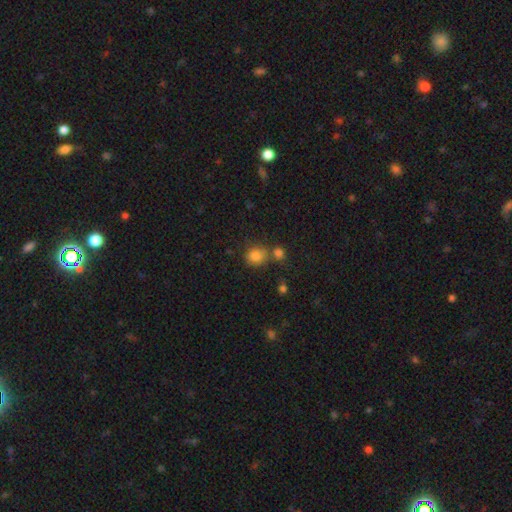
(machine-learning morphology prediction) type=smooth (82%); roundness=round (74%); merging=none (62%).